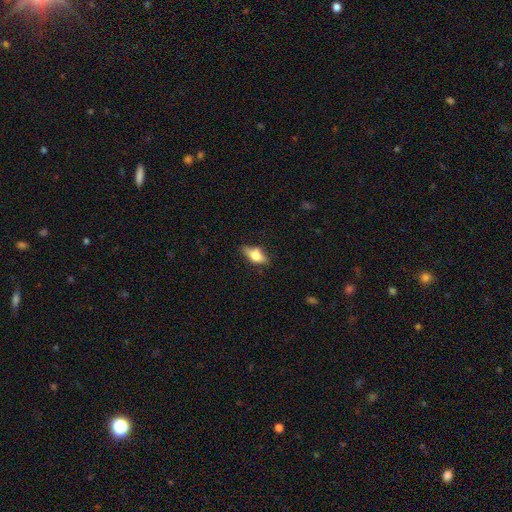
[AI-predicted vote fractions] Overall: smooth (54%; featured or disk 38%). How rounded: in between (73%). Merging: none (71%).